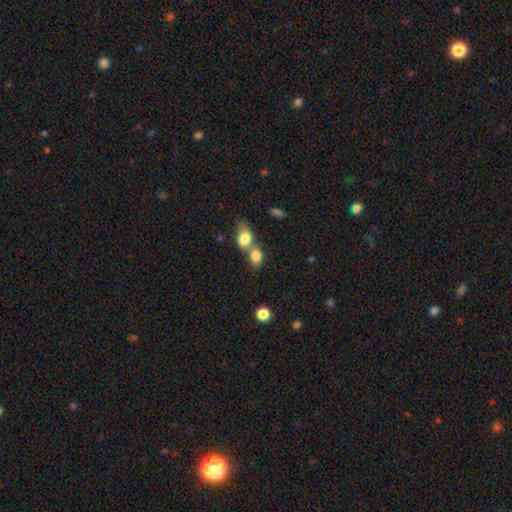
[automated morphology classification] smooth_or_featured: smooth (p=0.81) [alt: featured or disk p=0.10]
how_rounded: in between (p=0.67) [alt: round p=0.31]
merging: merger (p=0.67) [alt: none p=0.22]